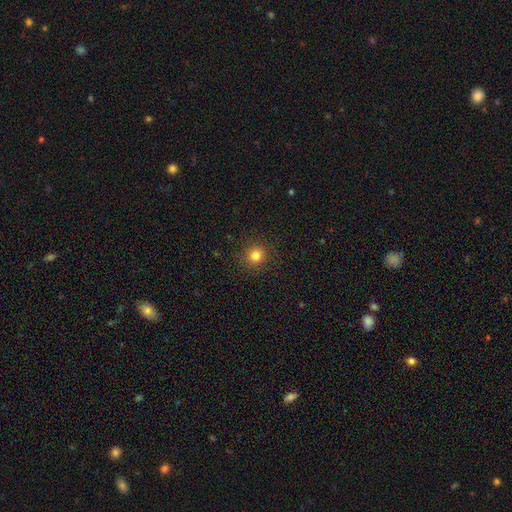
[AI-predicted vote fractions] This appears to be a smooth galaxy with no disk features (81%) that is round (92%). Merging: none (90%).